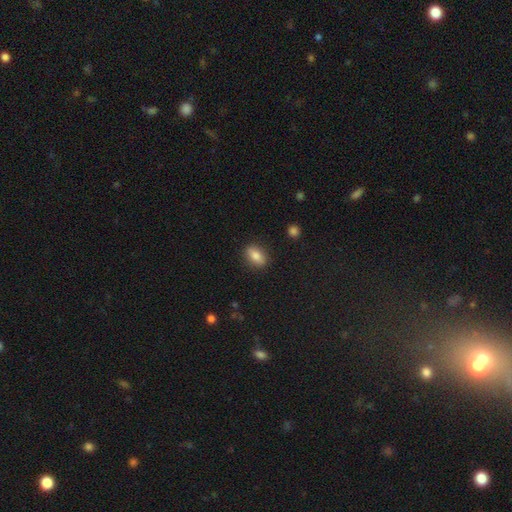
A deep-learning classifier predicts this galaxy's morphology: Smooth or featured? Predicted: smooth (p=0.80). How rounded? Predicted: in between (p=0.80). Merging? Predicted: none (p=0.87).